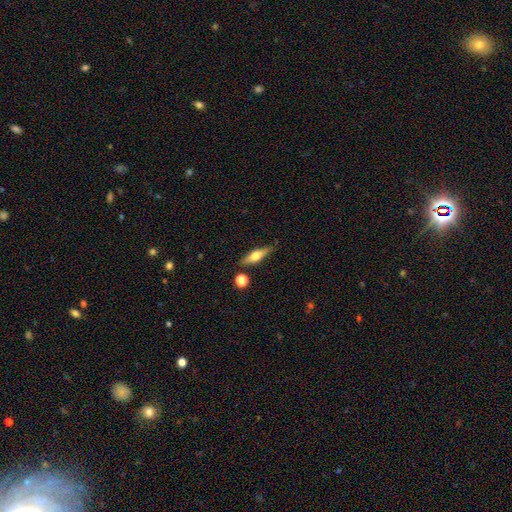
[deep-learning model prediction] smooth_or_featured: featured or disk (p=0.50) [alt: smooth p=0.43]
disk_edge_on: yes (p=0.92) [alt: no p=0.08]
merging: none (p=0.80) [alt: minor disturbance p=0.12]